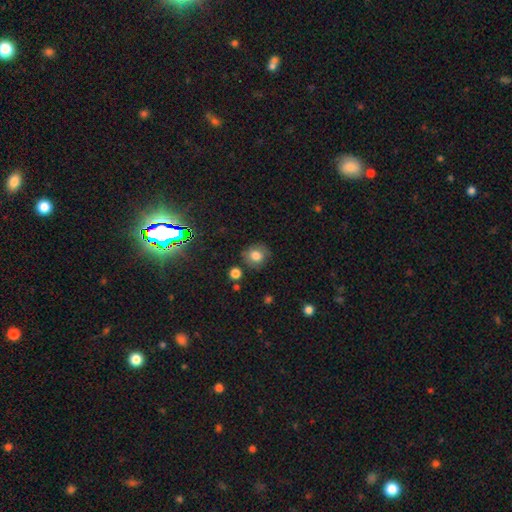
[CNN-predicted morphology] A smooth galaxy with no disk features (76%) that is round (80%). Merging: none (79%).